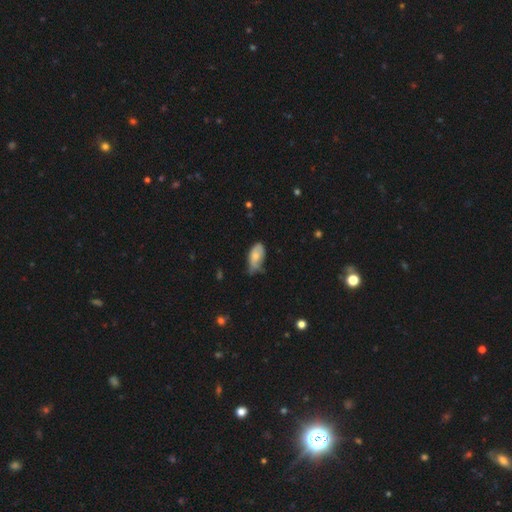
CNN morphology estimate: This is likely a smooth galaxy (73%). How rounded: clearly in between (91%). Merging: possibly minor disturbance (48%).